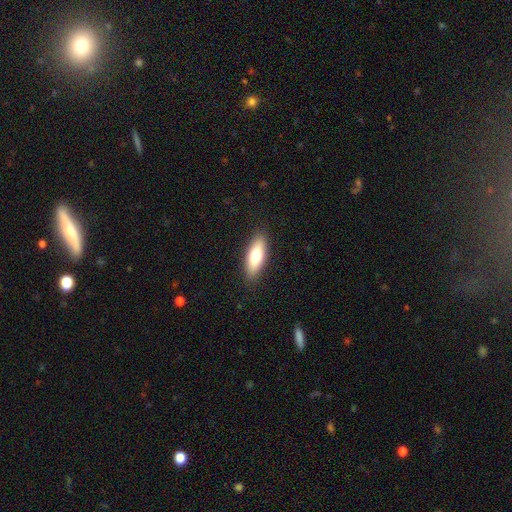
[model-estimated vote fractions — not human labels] Q: Smooth or featured?
A: smooth (72%); runner-up: featured or disk (22%)
Q: How rounded?
A: in between (63%); runner-up: cigar-shaped (35%)
Q: Merging?
A: none (89%); runner-up: minor disturbance (8%)